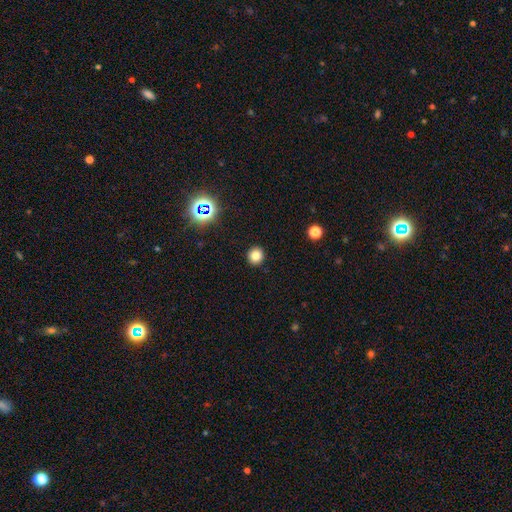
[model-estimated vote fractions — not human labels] smooth-or-featured: smooth: 79% | star or artifact: 15% | featured or disk: 6%
  how-rounded: round: 89% | in between: 10% | cigar-shaped: 1%
  merging: none: 92% | minor disturbance: 5% | major disturbance: 2% | merger: 1%